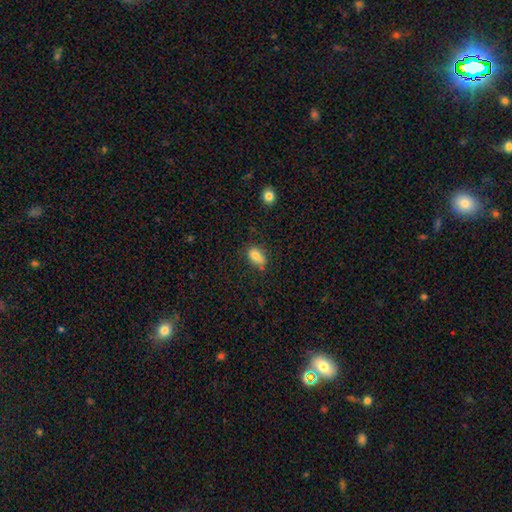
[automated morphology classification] Smooth or featured? smooth (80%)
How rounded? in between (82%)
Merging? none (63%)